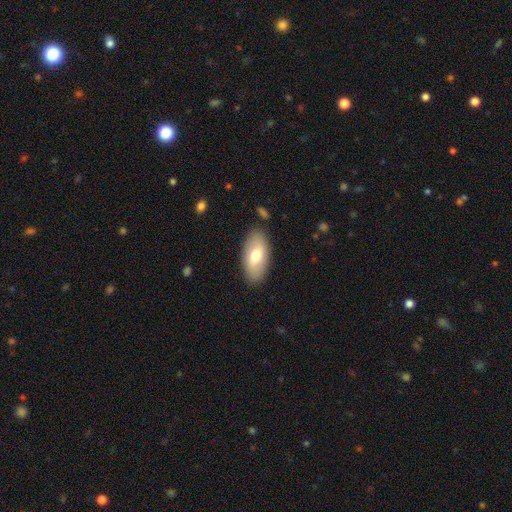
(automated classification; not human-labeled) The model was most divided on "smooth or featured": smooth: 64%, featured or disk: 31%, star or artifact: 6%. More confident: how rounded — in between (93%); merging — none (86%).